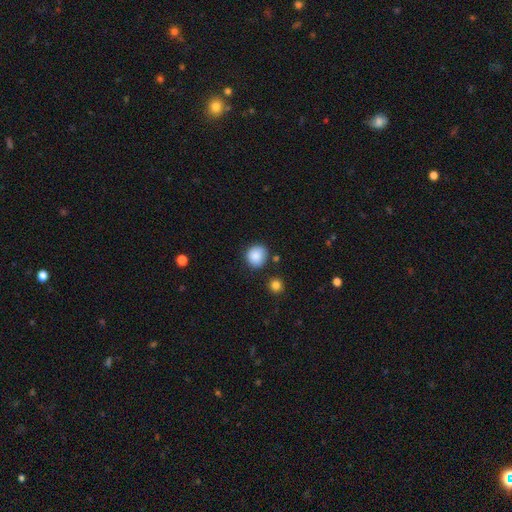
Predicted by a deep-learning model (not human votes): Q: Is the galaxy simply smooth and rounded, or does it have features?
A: smooth — 87%.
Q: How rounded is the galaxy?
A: round — 88%.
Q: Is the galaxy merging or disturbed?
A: none — 80%.